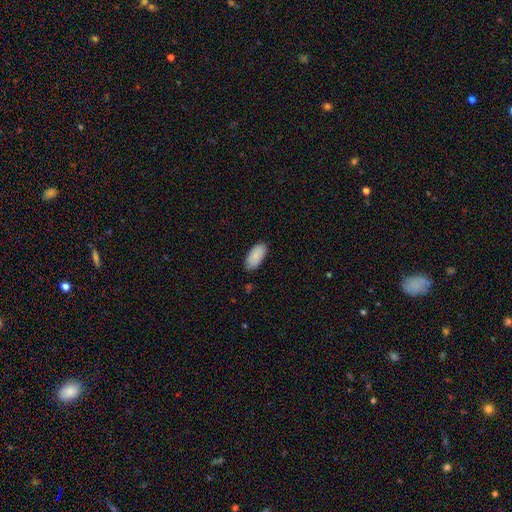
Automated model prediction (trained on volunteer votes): Smooth or featured? smooth (88%)
How rounded? in between (94%)
Merging? none (85%)